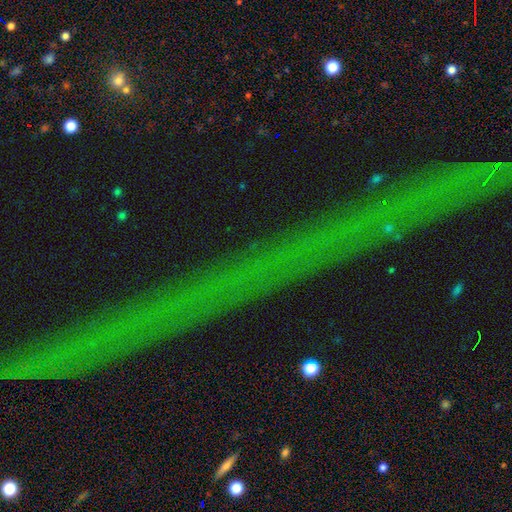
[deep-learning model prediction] Overall: star or artifact (77%).